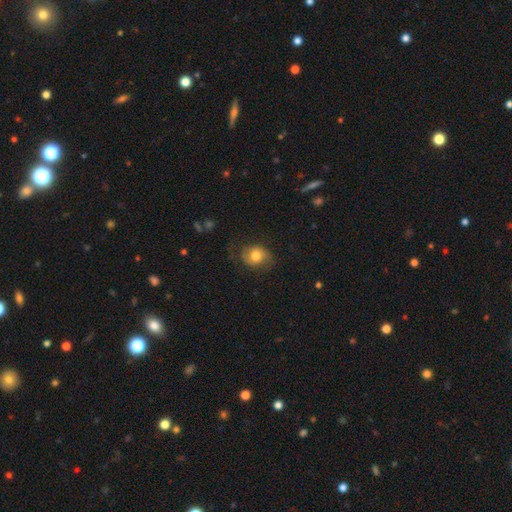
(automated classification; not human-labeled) smooth-or-featured: smooth: 63% | featured or disk: 29% | star or artifact: 8%
  how-rounded: round: 58% | in between: 41% | cigar-shaped: 1%
  merging: none: 66% | minor disturbance: 22% | major disturbance: 11% | merger: 1%